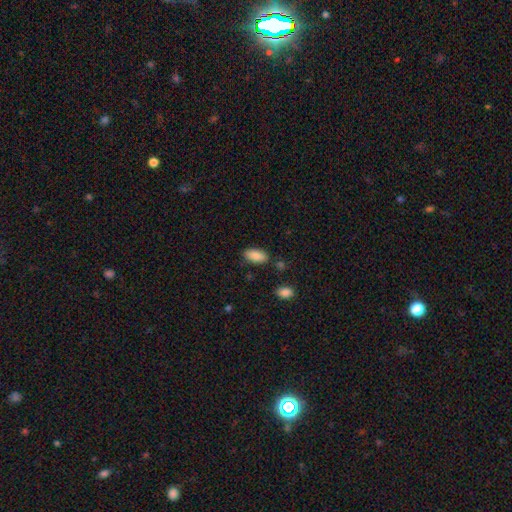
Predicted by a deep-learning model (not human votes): Smooth or featured?
  - smooth: 88% *
  - star or artifact: 7%
  - featured or disk: 5%
How rounded?
  - in between: 92% *
  - cigar-shaped: 6%
  - round: 2%
Merging?
  - none: 84% *
  - minor disturbance: 11%
  - merger: 3%
  - major disturbance: 3%